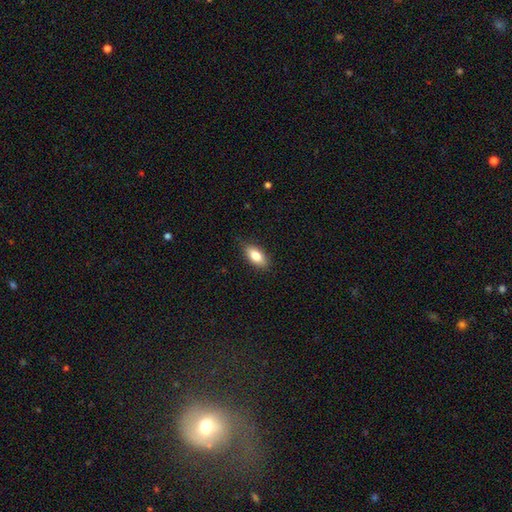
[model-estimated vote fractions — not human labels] Morphology: type=smooth (81%); roundness=in between (87%); merging=none (83%).